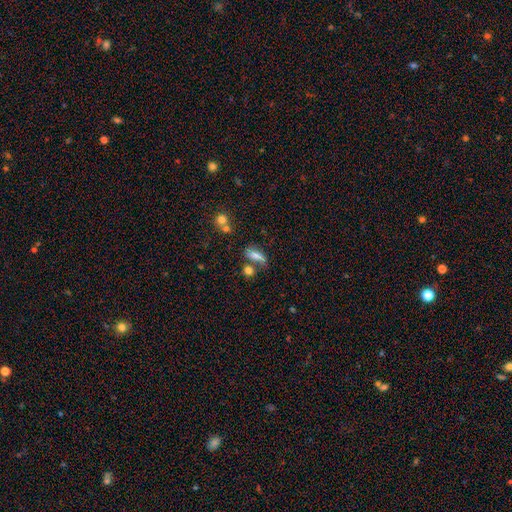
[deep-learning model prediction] Smooth or featured?
  - smooth: 72% *
  - featured or disk: 17%
  - star or artifact: 12%
How rounded?
  - in between: 66% *
  - cigar-shaped: 27%
  - round: 7%
Merging?
  - none: 46% *
  - merger: 23%
  - minor disturbance: 19%
  - major disturbance: 11%